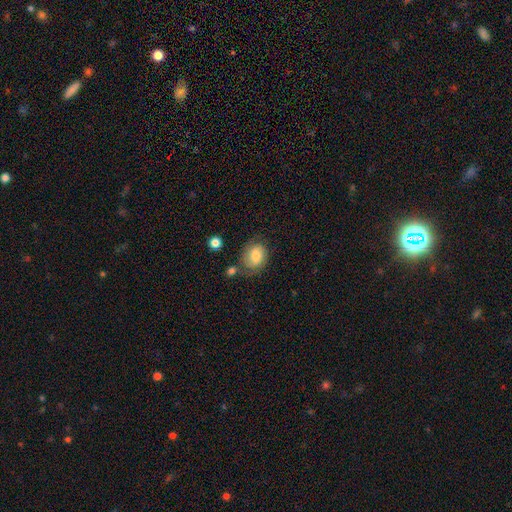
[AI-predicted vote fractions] smooth-or-featured: smooth: 60% | featured or disk: 31% | star or artifact: 9%
  how-rounded: in between: 54% | round: 45% | cigar-shaped: 1%
  merging: none: 61% | minor disturbance: 23% | major disturbance: 9% | merger: 7%